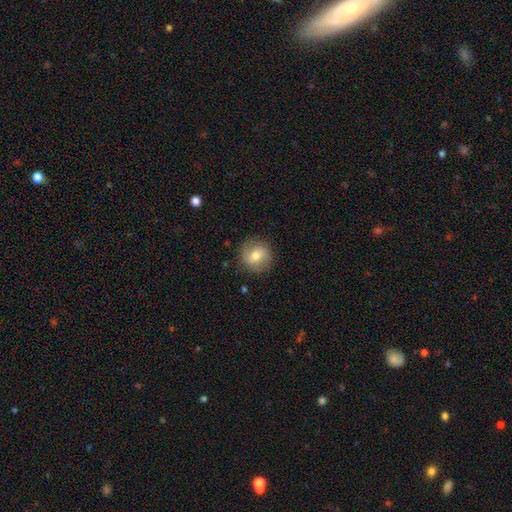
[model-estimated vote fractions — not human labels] Morphology: type=smooth (65%); roundness=round (91%); merging=none (85%).